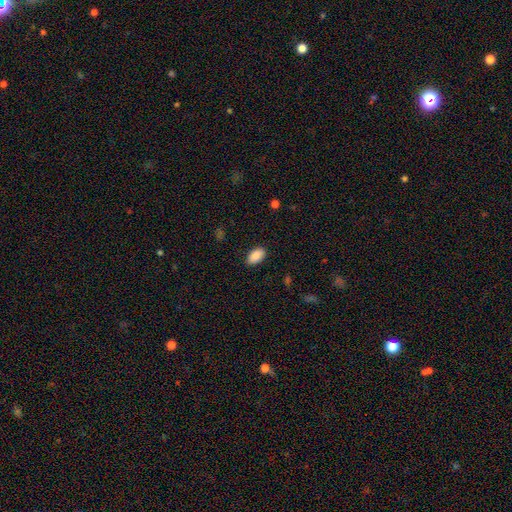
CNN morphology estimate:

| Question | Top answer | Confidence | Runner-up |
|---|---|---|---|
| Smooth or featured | smooth | 89% | star or artifact (7%) |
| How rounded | in between | 94% | round (4%) |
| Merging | none | 85% | minor disturbance (11%) |